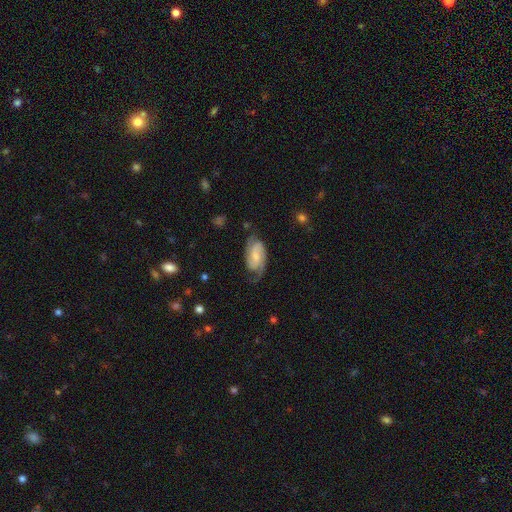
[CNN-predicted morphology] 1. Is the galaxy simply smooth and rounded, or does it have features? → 77% featured or disk, 17% smooth, 6% star or artifact.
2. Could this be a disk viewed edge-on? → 96% no, 4% yes.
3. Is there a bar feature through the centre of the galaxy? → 46% weak, 41% no, 14% strong.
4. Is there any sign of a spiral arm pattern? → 96% yes, 4% no.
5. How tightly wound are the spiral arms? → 46% medium, 35% tight, 19% loose.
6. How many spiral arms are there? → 81% 2, 8% can't tell, 4% 1, 4% 3, 1% 4, 1% more than 4.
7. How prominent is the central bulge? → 45% small, 34% moderate, 15% none, 5% large, 1% dominant.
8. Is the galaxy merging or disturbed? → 64% none, 23% minor disturbance, 11% major disturbance, 2% merger.